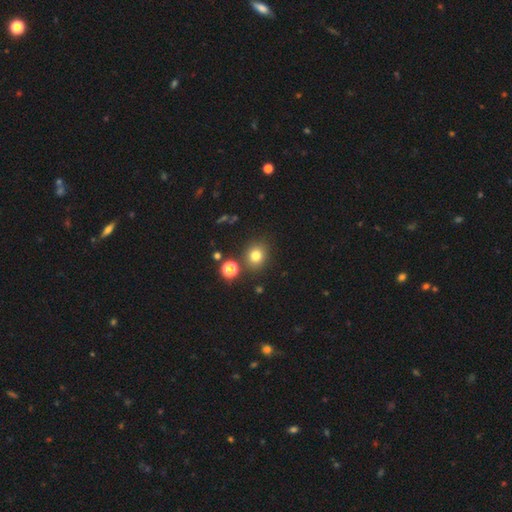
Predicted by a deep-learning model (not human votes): The model was most divided on "how rounded": round: 78%, in between: 21%, cigar-shaped: 1%. More confident: merging — none (82%); smooth or featured — smooth (78%).